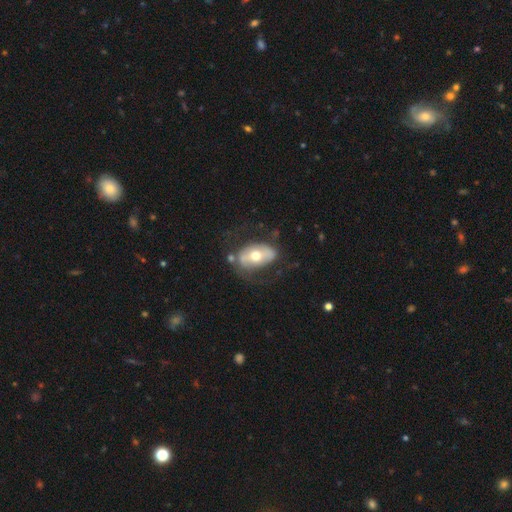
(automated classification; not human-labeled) This is possibly a featured or disk galaxy (52%). It is clearly not viewed edge-on (90%). Merging: possibly none (56%).